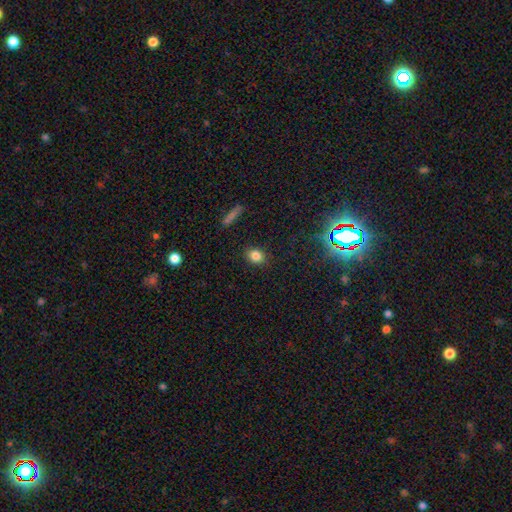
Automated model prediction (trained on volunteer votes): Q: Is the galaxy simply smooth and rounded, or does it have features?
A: smooth — 81%.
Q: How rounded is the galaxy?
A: round — 56%.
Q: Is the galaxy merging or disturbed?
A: none — 88%.